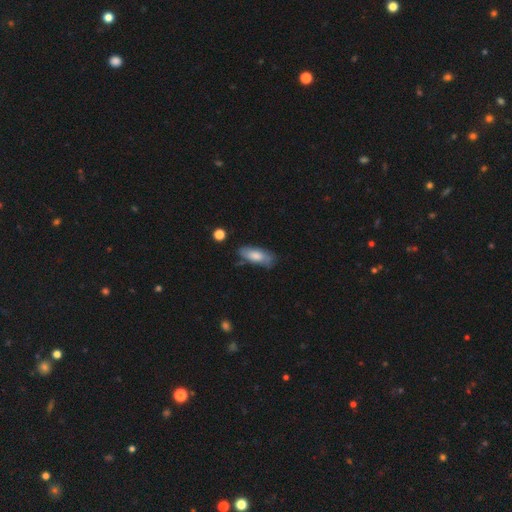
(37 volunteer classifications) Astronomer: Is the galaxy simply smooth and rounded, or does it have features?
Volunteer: smooth — 76%.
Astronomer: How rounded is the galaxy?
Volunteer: in between — 89%.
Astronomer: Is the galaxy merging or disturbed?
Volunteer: none — 62%.